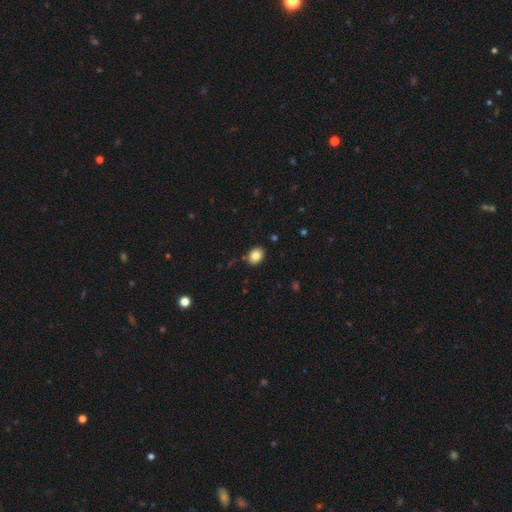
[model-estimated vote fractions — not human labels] Smooth or featured: smooth — 84% (star or artifact — 9%)
How rounded: in between — 63% (round — 36%)
Merging: none — 86% (minor disturbance — 9%)